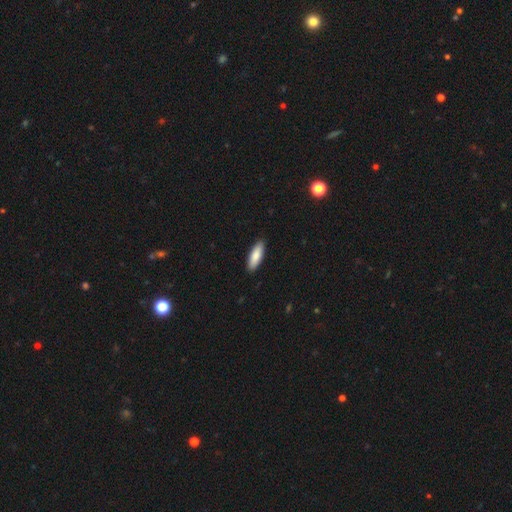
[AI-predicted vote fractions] smooth 86%, featured or disk 9%, star or artifact 5%. Down the decision tree: how rounded — in between (54%); merging — none (90%).